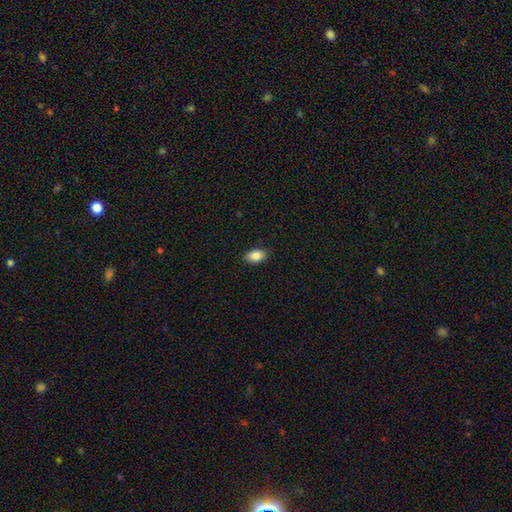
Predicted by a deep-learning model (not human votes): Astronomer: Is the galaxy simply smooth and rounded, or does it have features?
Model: smooth — 88%.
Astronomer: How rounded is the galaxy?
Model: in between — 92%.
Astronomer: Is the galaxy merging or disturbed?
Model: none — 88%.